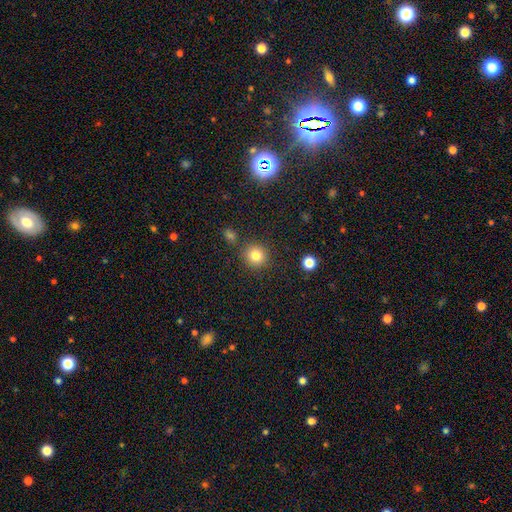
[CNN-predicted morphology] smooth_or_featured: smooth (p=0.81) [alt: star or artifact p=0.12]
how_rounded: round (p=0.93) [alt: in between p=0.06]
merging: none (p=0.86) [alt: minor disturbance p=0.07]